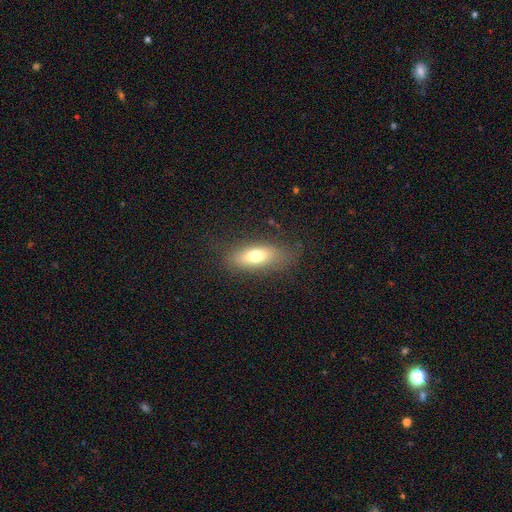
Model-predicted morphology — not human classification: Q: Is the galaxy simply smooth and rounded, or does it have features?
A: smooth — 71%.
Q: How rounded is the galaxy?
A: in between — 72%.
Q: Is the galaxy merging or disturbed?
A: none — 77%.